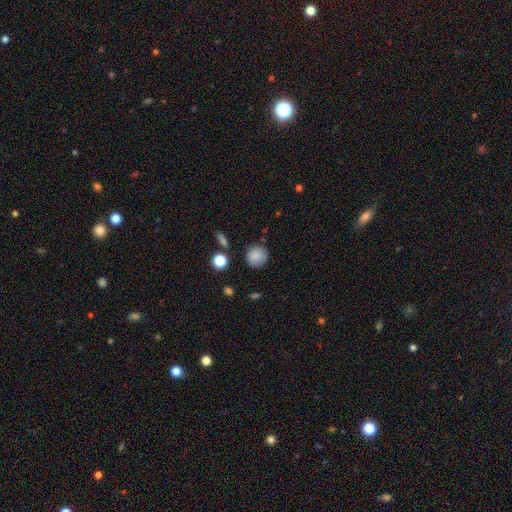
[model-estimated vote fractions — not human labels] Smooth or featured: smooth — 85% (star or artifact — 9%)
How rounded: round — 91% (in between — 8%)
Merging: none — 83% (minor disturbance — 11%)